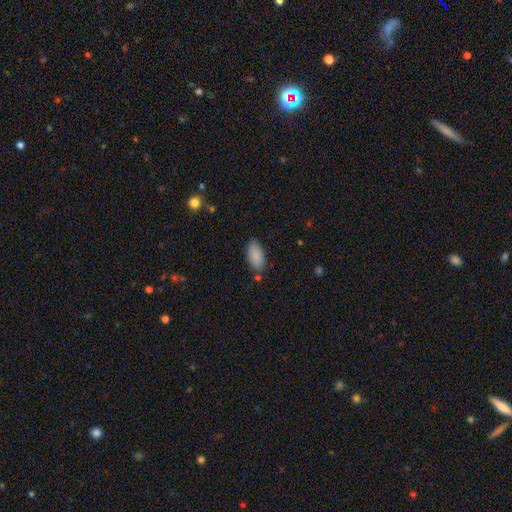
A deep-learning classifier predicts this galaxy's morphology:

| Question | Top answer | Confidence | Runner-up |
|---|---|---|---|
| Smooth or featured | smooth | 87% | star or artifact (7%) |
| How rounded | in between | 92% | cigar-shaped (5%) |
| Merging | none | 80% | minor disturbance (13%) |